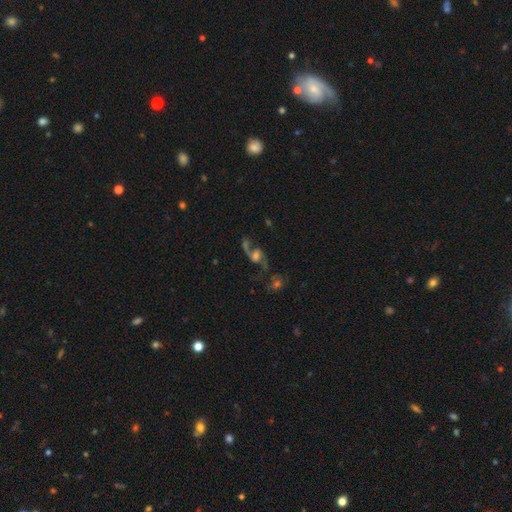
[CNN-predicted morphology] Overall: featured or disk (80%). Edge-on disk: no (96%). Bar: no (46%; weak 40%). Spiral arms: yes (93%). Spiral arm count: 2 (86%). Spiral winding: loose (80%). Bulge size: moderate (39%; small 28%). Merging: none (46%; major disturbance 20%).